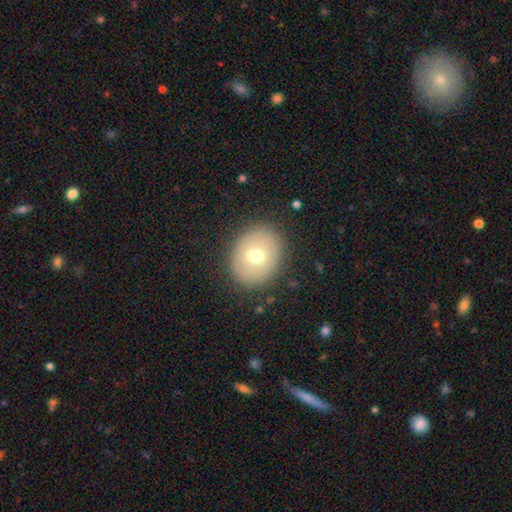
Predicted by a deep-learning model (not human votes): smooth_or_featured: smooth (p=0.66) [alt: featured or disk p=0.24]
how_rounded: round (p=0.56) [alt: in between p=0.44]
merging: none (p=0.87) [alt: minor disturbance p=0.09]